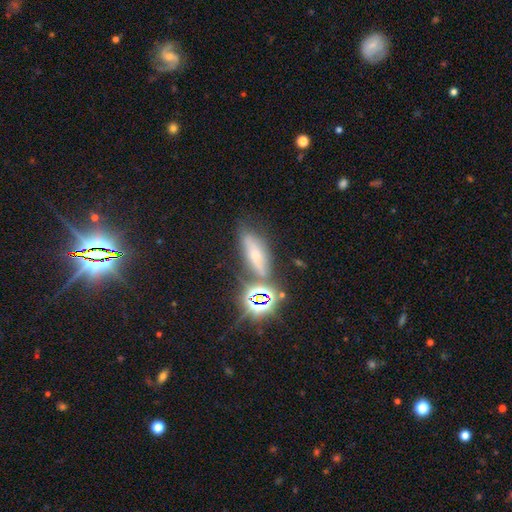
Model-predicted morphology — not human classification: Smooth or featured: smooth — 39% (star or artifact — 35%)
Merging: none — 61% (minor disturbance — 18%)